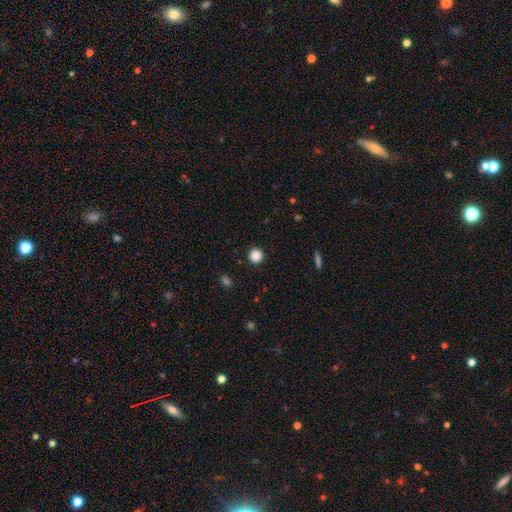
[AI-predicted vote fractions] A smooth galaxy with no disk features (87%) that is round (95%).

Vote fractions:
- Smooth or featured? smooth: 87% / star or artifact: 10% / featured or disk: 3%
- How rounded? round: 95% / in between: 4% / cigar-shaped: 1%
- Merging? none: 92% / minor disturbance: 5% / major disturbance: 2% / merger: 1%